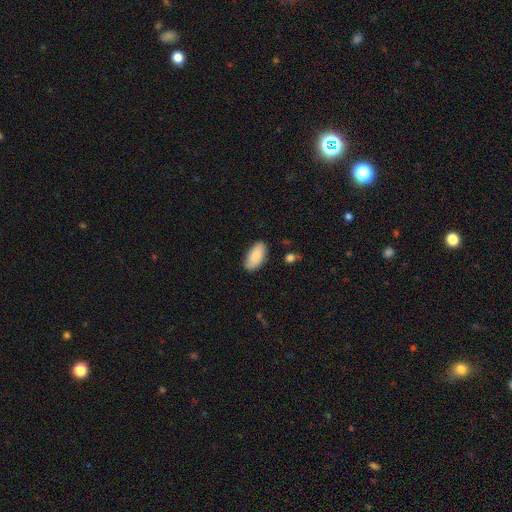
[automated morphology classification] smooth_or_featured: smooth (p=0.77) [alt: featured or disk p=0.16]
how_rounded: in between (p=0.94) [alt: cigar-shaped p=0.04]
merging: none (p=0.75) [alt: minor disturbance p=0.20]